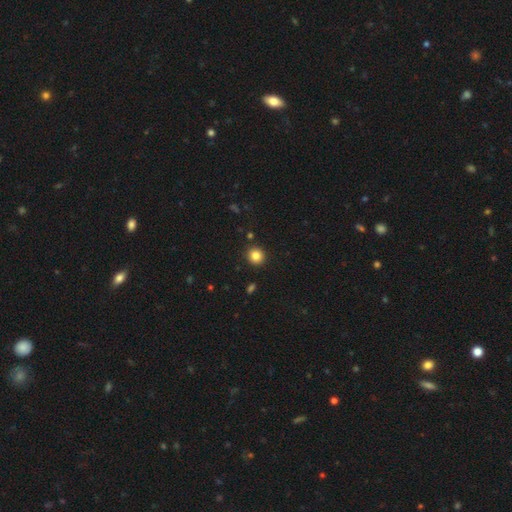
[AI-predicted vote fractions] smooth 84%, star or artifact 11%, featured or disk 5%. Down the decision tree: how rounded — round (90%); merging — none (91%).